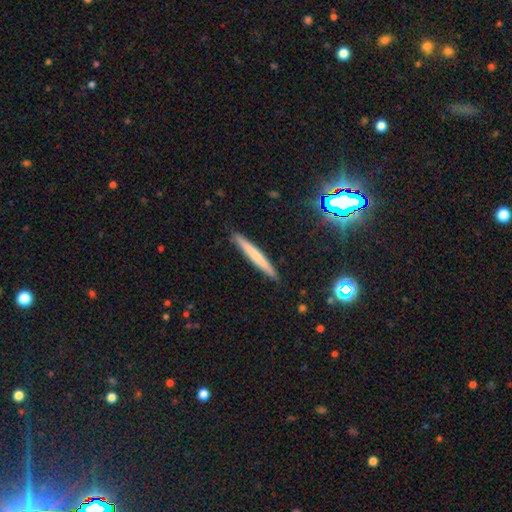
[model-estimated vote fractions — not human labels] A smooth galaxy with no disk features (62%) that is cigar-shaped (96%).

Vote fractions:
- Smooth or featured? smooth: 62% / featured or disk: 30% / star or artifact: 8%
- How rounded? cigar-shaped: 96% / in between: 2% / round: 1%
- Merging? none: 90% / minor disturbance: 7% / major disturbance: 1% / merger: 1%